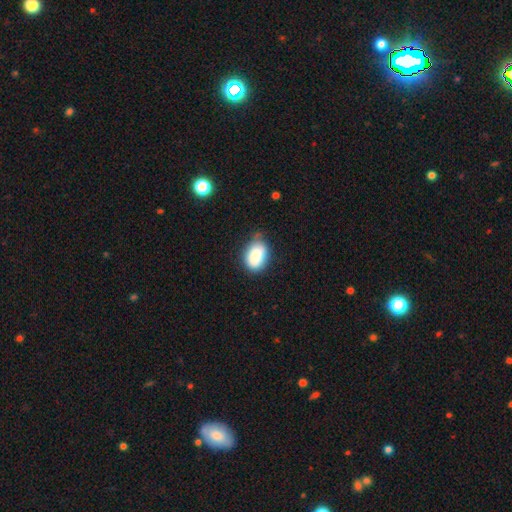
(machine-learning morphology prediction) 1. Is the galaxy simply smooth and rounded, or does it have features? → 84% smooth, 8% featured or disk, 8% star or artifact.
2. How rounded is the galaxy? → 83% in between, 16% round, 1% cigar-shaped.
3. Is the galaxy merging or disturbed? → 60% none, 30% minor disturbance, 6% major disturbance, 4% merger.